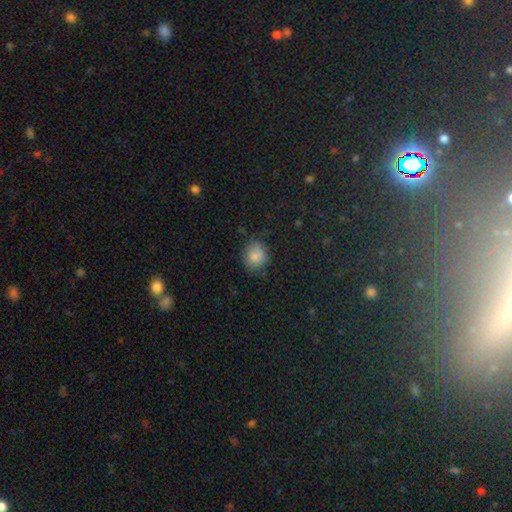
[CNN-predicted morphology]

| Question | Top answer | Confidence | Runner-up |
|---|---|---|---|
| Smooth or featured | smooth | 83% | star or artifact (10%) |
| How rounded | round | 65% | in between (34%) |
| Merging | none | 70% | minor disturbance (22%) |